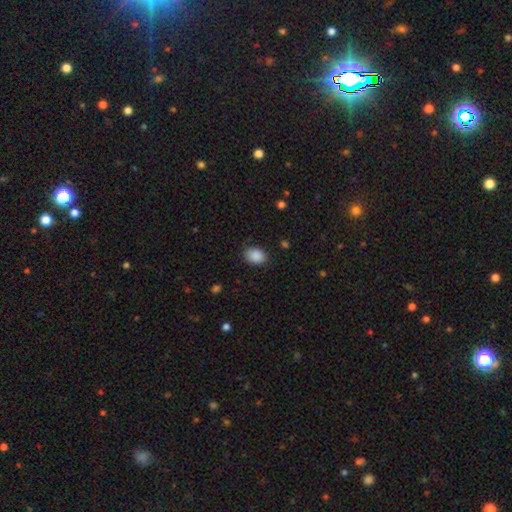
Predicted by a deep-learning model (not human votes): This is clearly a smooth galaxy (89%). How rounded: likely in between (69%). Merging: clearly none (85%).